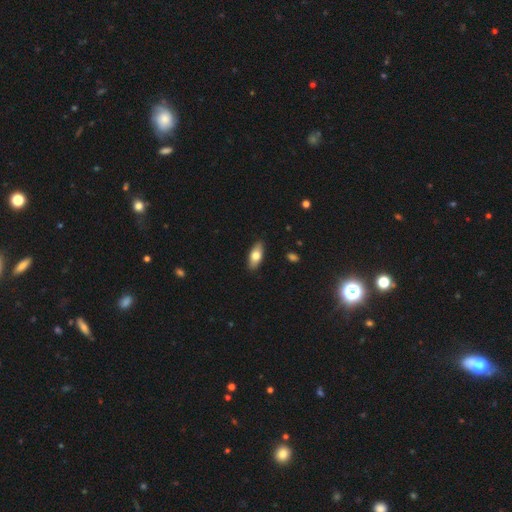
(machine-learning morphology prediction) smooth 73%, featured or disk 21%, star or artifact 6%. Down the decision tree: how rounded — in between (83%); merging — none (90%).